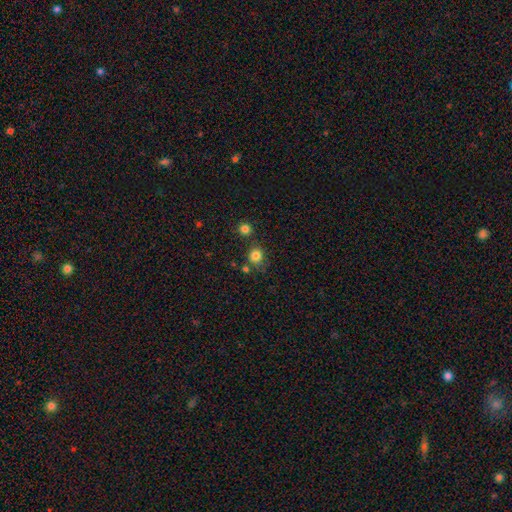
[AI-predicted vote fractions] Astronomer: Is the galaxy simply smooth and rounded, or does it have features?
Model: smooth — 82%.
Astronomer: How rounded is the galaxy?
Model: round — 88%.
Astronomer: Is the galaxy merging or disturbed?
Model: none — 75%.